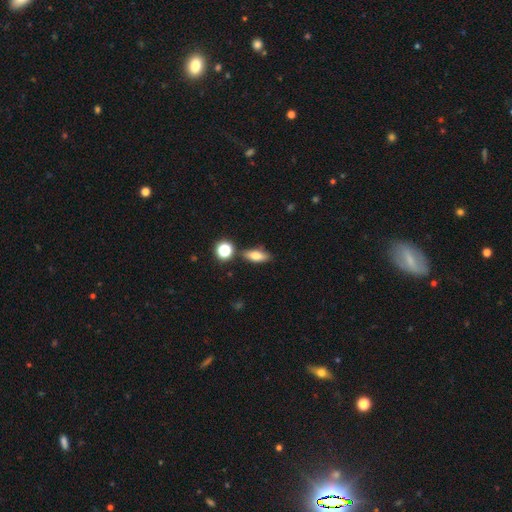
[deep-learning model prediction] This is likely a smooth galaxy (72%). How rounded: likely in between (69%). Merging: clearly none (80%).